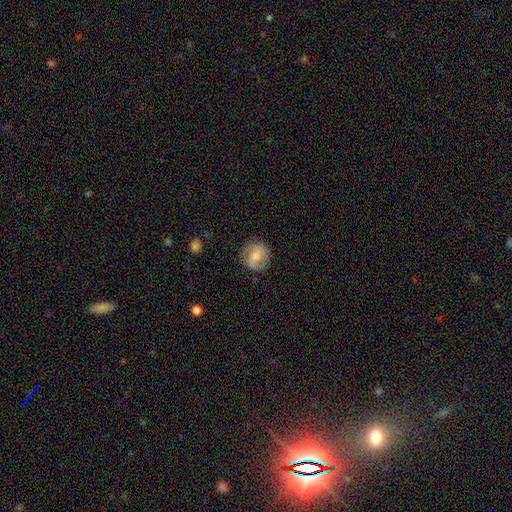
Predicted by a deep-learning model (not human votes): A featured or disk galaxy (51%). Merging: none (78%).